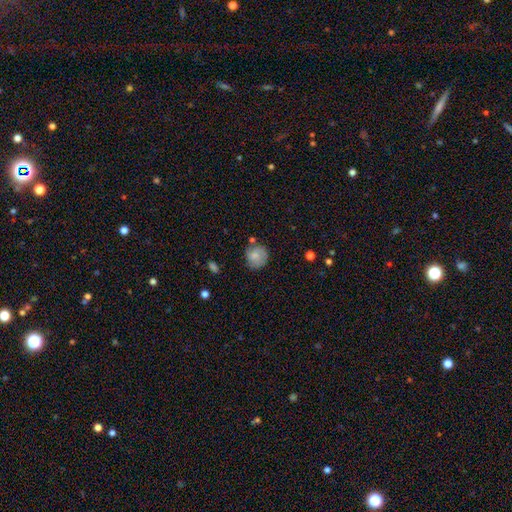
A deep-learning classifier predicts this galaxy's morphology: A smooth galaxy with no disk features (75%) that is round (86%).

Vote fractions:
- Smooth or featured? smooth: 75% / featured or disk: 17% / star or artifact: 8%
- How rounded? round: 86% / in between: 13% / cigar-shaped: 1%
- Merging? none: 68% / minor disturbance: 20% / merger: 7% / major disturbance: 5%